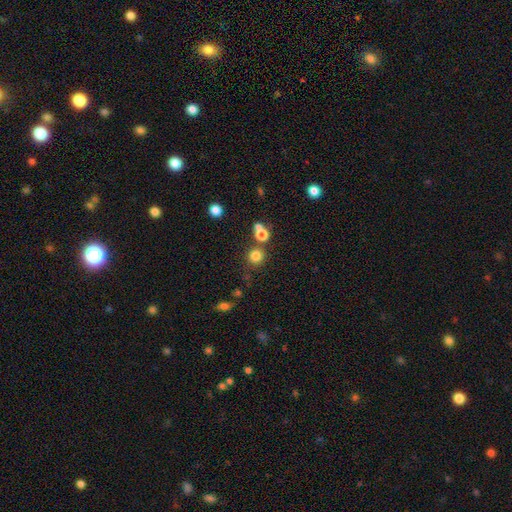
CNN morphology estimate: type=smooth (78%); roundness=round (92%); merging=none (74%).